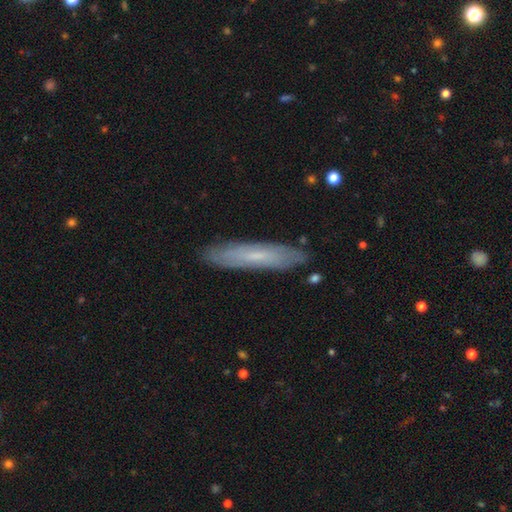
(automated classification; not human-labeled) Overall: smooth (48%; featured or disk 45%). Merging: none (87%).